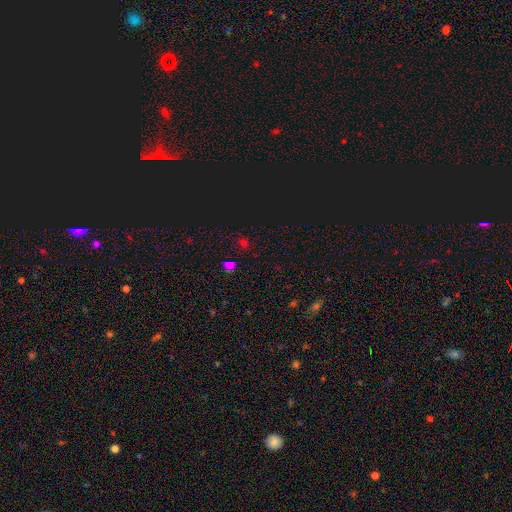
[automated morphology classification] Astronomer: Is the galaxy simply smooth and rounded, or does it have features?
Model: star or artifact — 54% (runner-up: smooth, 40%).